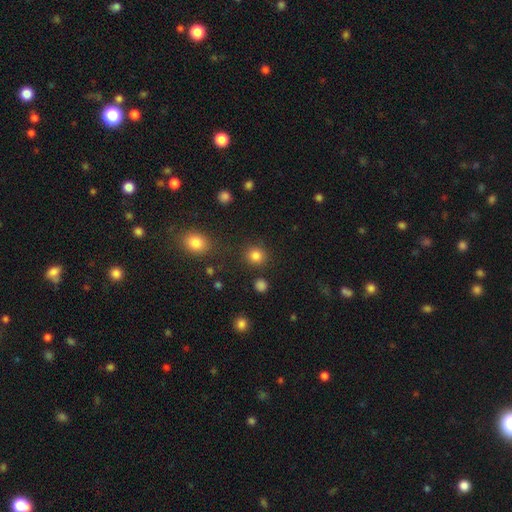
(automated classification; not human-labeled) A smooth galaxy with no disk features (84%) that is round (88%).

Vote fractions:
- Smooth or featured? smooth: 84% / star or artifact: 12% / featured or disk: 4%
- How rounded? round: 88% / in between: 11% / cigar-shaped: 1%
- Merging? none: 86% / minor disturbance: 7% / merger: 4% / major disturbance: 3%